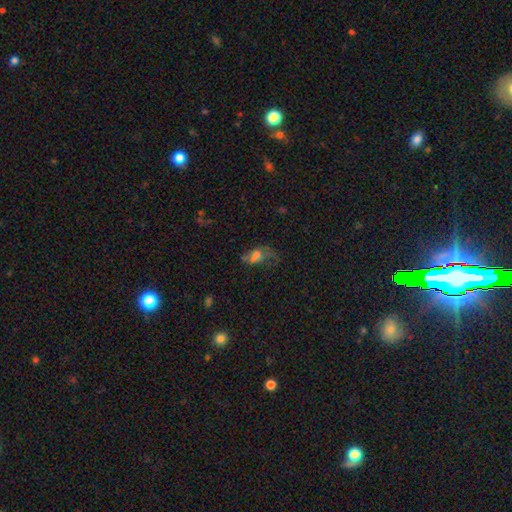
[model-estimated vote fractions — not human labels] This appears to be a smooth galaxy with no disk features (54%) that is in between round and cigar-shaped (82%). Merging: major disturbance (45%).